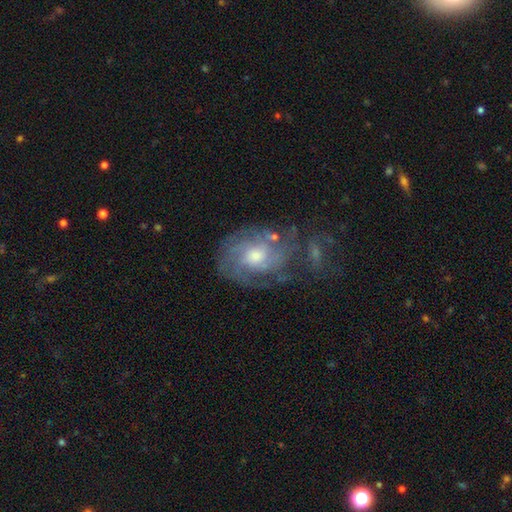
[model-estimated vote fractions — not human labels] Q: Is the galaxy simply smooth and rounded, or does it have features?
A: featured or disk — 78%.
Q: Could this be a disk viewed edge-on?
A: no — 97%.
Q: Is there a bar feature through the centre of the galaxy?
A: no — 73%.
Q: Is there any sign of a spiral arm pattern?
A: yes — 88%.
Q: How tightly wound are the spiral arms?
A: tight — 56%.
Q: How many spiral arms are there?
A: can't tell — 44%.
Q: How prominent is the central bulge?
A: moderate — 60%.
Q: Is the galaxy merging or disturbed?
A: none — 57%.